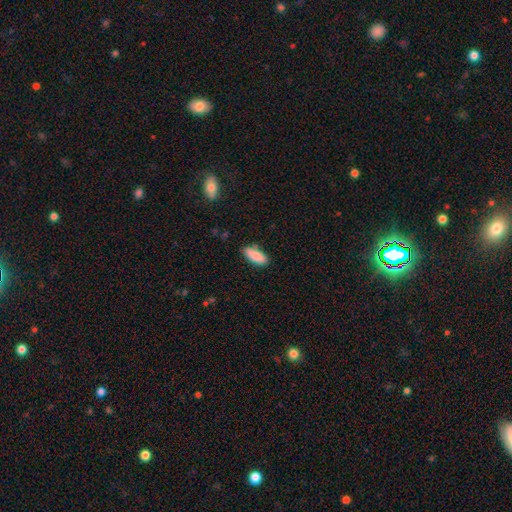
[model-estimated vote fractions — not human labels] smooth_or_featured: smooth (p=0.86) [alt: featured or disk p=0.08]
how_rounded: in between (p=0.82) [alt: cigar-shaped p=0.16]
merging: none (p=0.83) [alt: minor disturbance p=0.13]